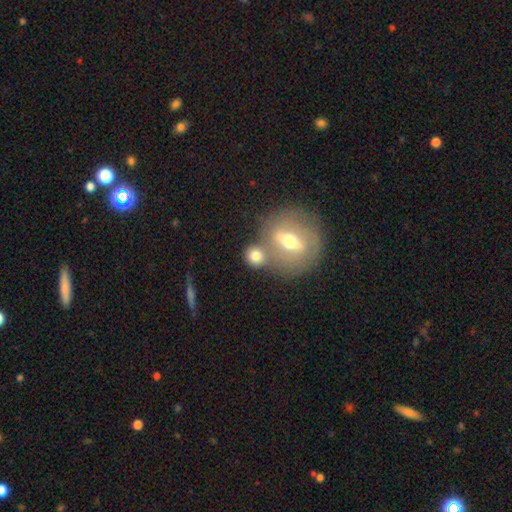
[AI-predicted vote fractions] Smooth or featured? smooth (71%)
How rounded? round (78%)
Merging? none (51%)